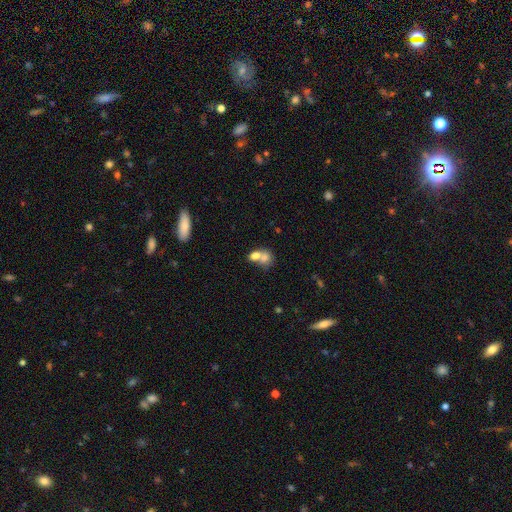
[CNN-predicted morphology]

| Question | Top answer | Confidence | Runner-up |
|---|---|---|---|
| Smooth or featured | smooth | 73% | featured or disk (17%) |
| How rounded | in between | 55% | round (43%) |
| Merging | merger | 64% | none (24%) |